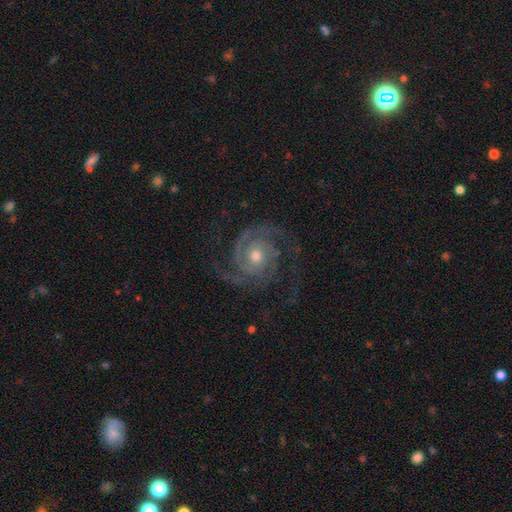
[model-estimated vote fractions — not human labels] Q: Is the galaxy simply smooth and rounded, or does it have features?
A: featured or disk — 92%.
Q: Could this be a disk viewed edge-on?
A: no — 98%.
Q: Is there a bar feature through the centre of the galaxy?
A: no — 74%.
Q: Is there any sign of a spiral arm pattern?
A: yes — 99%.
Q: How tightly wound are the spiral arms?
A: tight — 57%.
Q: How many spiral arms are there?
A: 2 — 56%.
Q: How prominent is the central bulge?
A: moderate — 62%.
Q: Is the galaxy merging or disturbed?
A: none — 76%.